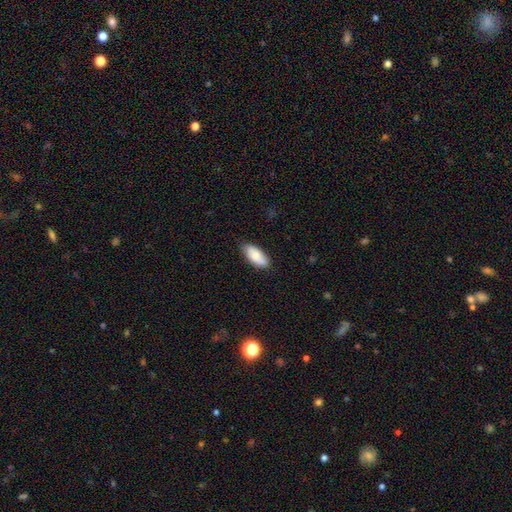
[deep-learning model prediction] Smooth or featured? smooth (81%)
How rounded? in between (88%)
Merging? none (81%)